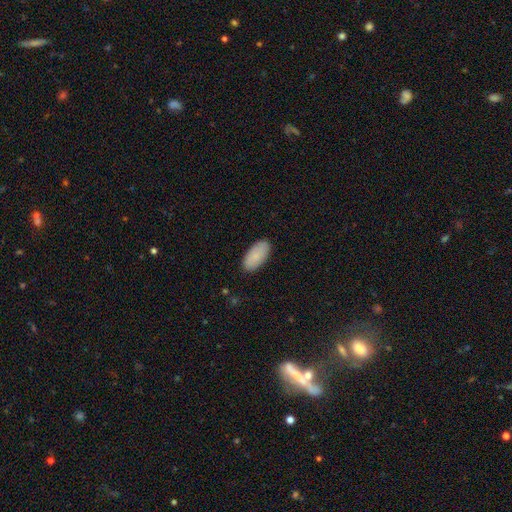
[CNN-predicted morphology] type=smooth (85%); roundness=in between (94%); merging=none (87%).